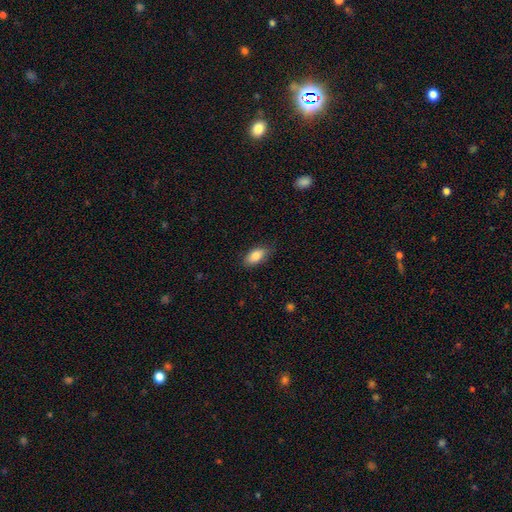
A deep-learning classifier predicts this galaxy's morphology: This appears to be a smooth galaxy with no disk features (83%) that is in between round and cigar-shaped (90%). Merging: none (80%).